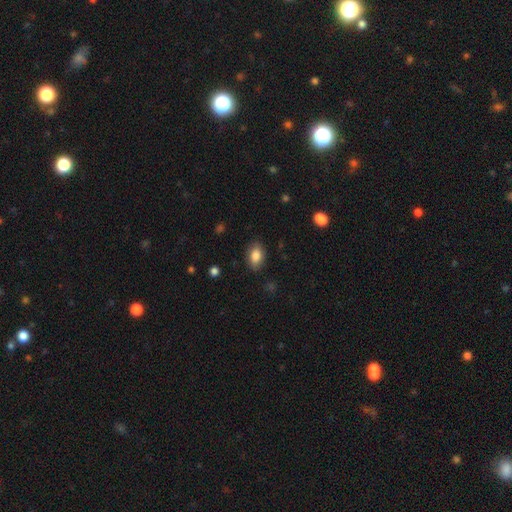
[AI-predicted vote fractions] Morphology: type=smooth (85%); roundness=in between (88%); merging=none (85%).